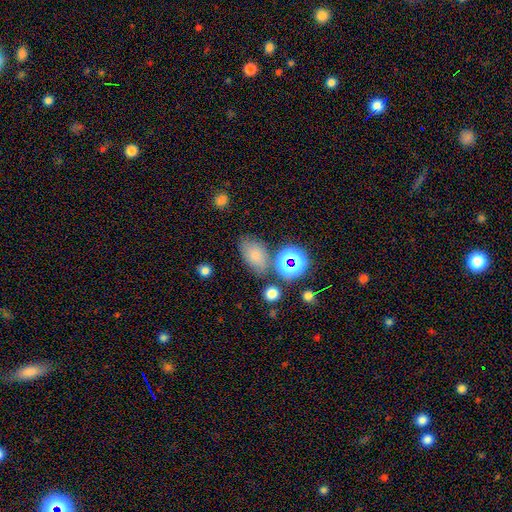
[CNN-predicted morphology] This is likely a smooth galaxy (69%). How rounded: clearly in between (84%). Merging: likely none (66%).